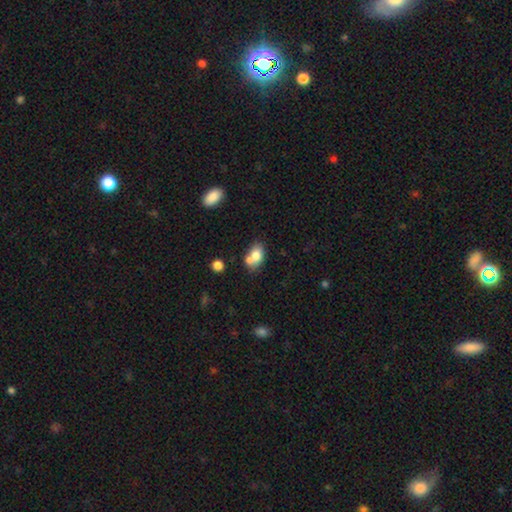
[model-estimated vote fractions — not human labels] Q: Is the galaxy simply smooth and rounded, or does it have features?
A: smooth — 74%.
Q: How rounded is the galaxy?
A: in between — 78%.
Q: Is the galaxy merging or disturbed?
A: none — 41%, tied with merger.